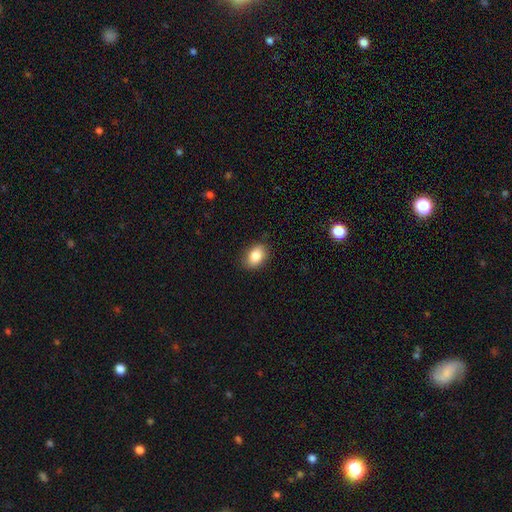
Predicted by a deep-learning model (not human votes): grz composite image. It shows a smooth galaxy with no disk features (84%) that is in between round and cigar-shaped (77%). Merging: none (85%).